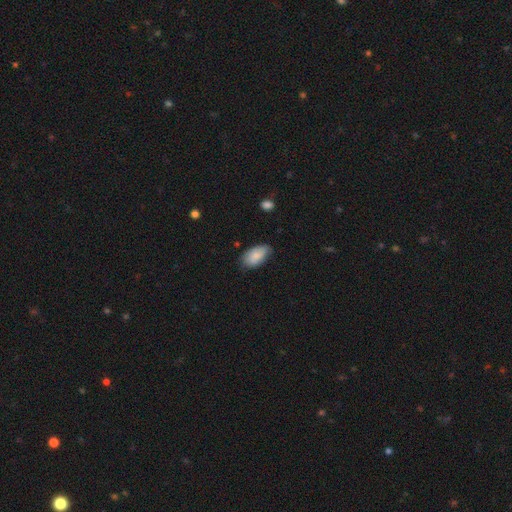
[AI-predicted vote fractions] A smooth galaxy with no disk features (85%) that is in between round and cigar-shaped (94%).

Vote fractions:
- Smooth or featured? smooth: 85% / featured or disk: 8% / star or artifact: 6%
- How rounded? in between: 94% / round: 3% / cigar-shaped: 2%
- Merging? none: 69% / minor disturbance: 26% / major disturbance: 4% / merger: 1%